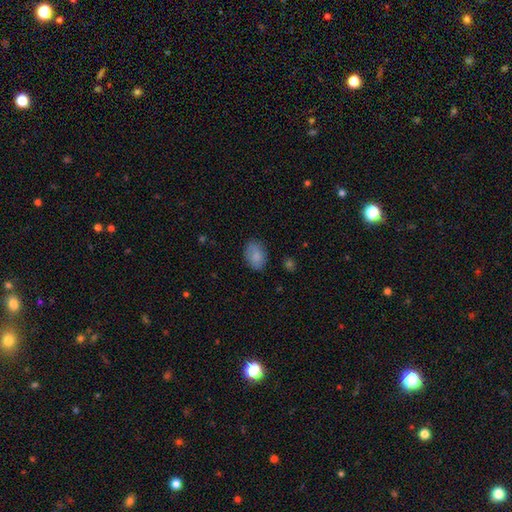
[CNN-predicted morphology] Q: Smooth or featured?
A: smooth (84%); runner-up: featured or disk (9%)
Q: How rounded?
A: in between (81%); runner-up: round (18%)
Q: Merging?
A: none (79%); runner-up: minor disturbance (16%)